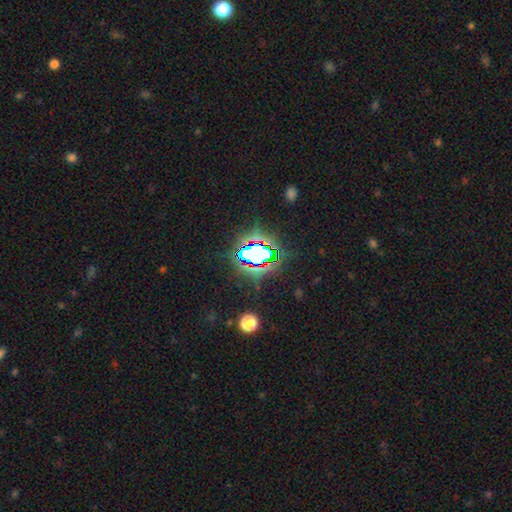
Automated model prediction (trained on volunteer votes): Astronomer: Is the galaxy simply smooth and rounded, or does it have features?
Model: star or artifact — 73%.